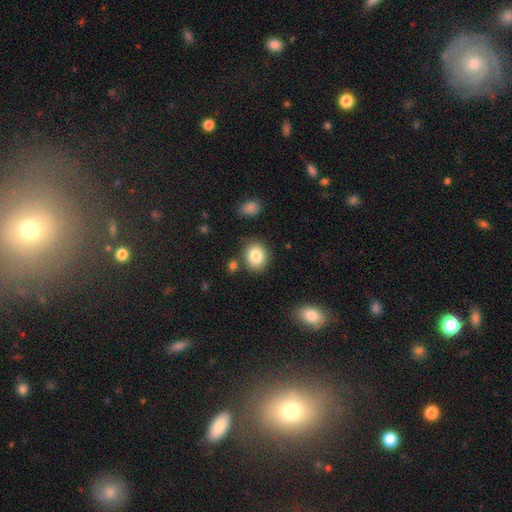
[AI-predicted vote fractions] Morphology: type=smooth (83%); roundness=round (69%); merging=none (81%).